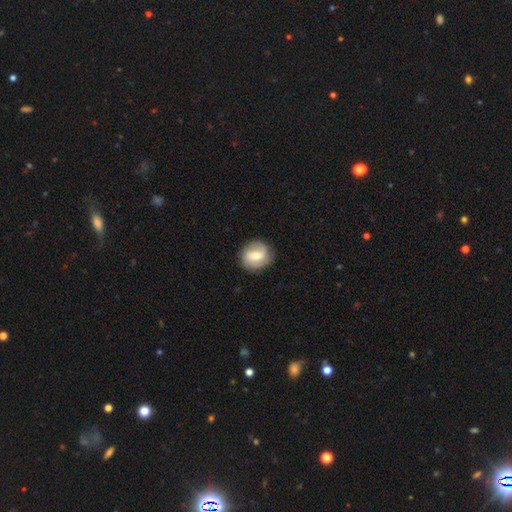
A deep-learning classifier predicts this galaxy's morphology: Smooth or featured?
  - featured or disk: 53% *
  - smooth: 41%
  - star or artifact: 6%
Edge-on disk?
  - no: 96% *
  - yes: 4%
Bar?
  - weak: 48% *
  - strong: 26%
  - no: 25%
Spiral arms?
  - yes: 76% *
  - no: 24%
Bulge size?
  - moderate: 63% *
  - small: 27%
  - large: 7%
  - none: 2%
  - dominant: 1%
Merging?
  - none: 82% *
  - minor disturbance: 13%
  - major disturbance: 4%
  - merger: 1%